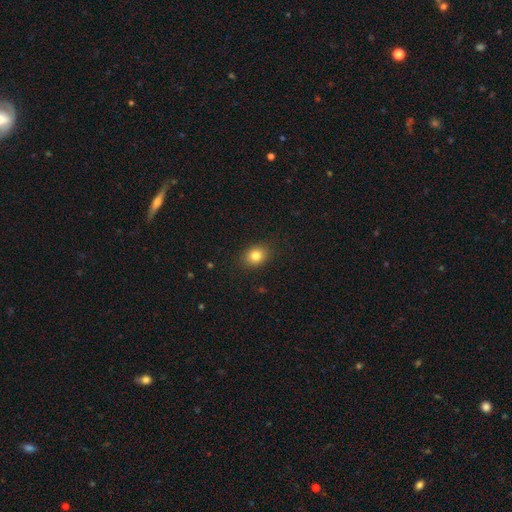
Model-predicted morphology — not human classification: Q: Smooth or featured?
A: smooth (82%); runner-up: star or artifact (11%)
Q: How rounded?
A: in between (50%); runner-up: round (49%)
Q: Merging?
A: none (88%); runner-up: minor disturbance (8%)